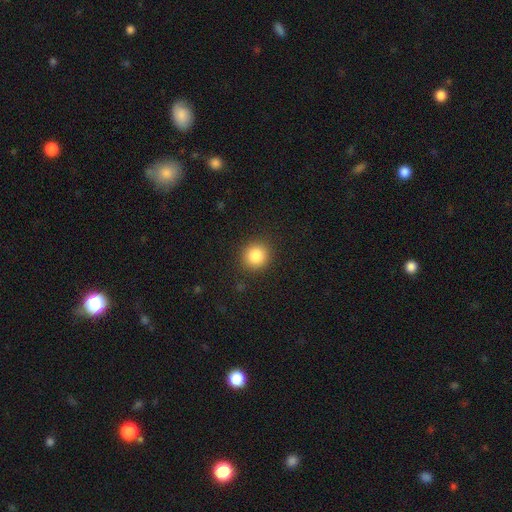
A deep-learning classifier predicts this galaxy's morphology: Q: Smooth or featured?
A: smooth (85%); runner-up: star or artifact (10%)
Q: How rounded?
A: round (90%); runner-up: in between (9%)
Q: Merging?
A: none (90%); runner-up: minor disturbance (6%)